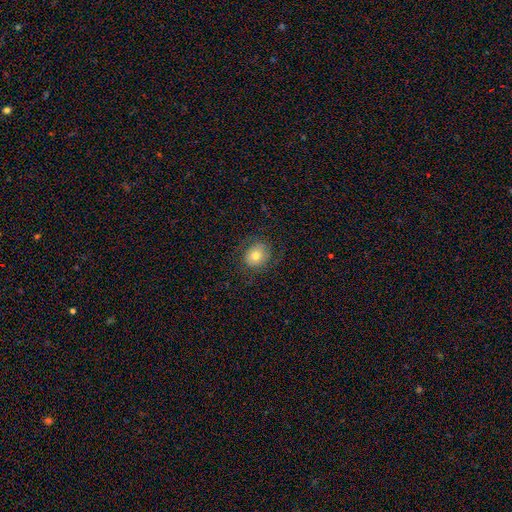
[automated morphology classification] smooth_or_featured: smooth (p=0.69) [alt: featured or disk p=0.21]
how_rounded: round (p=0.70) [alt: in between p=0.29]
merging: none (p=0.76) [alt: minor disturbance p=0.14]